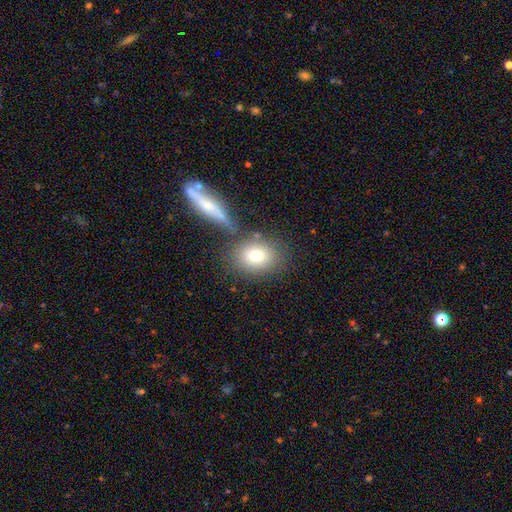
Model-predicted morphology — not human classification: smooth-or-featured: smooth: 76% | featured or disk: 14% | star or artifact: 10%
  how-rounded: in between: 50% | round: 48% | cigar-shaped: 2%
  merging: none: 70% | merger: 13% | minor disturbance: 12% | major disturbance: 5%